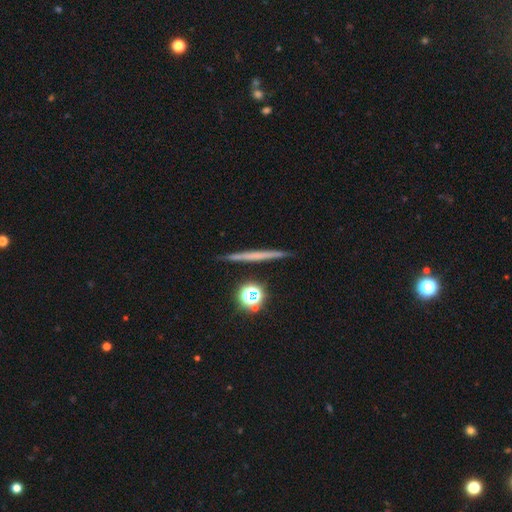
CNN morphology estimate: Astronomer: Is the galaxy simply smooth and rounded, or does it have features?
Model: featured or disk — 47% (runner-up: smooth, 40%).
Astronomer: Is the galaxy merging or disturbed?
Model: none — 89%.